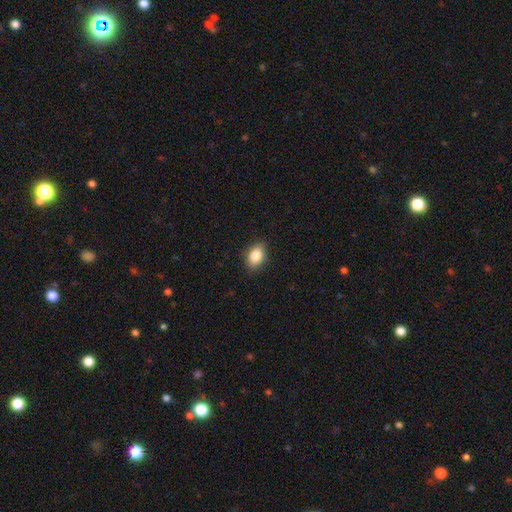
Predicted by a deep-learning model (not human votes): smooth_or_featured: smooth (p=0.83) [alt: star or artifact p=0.09]
how_rounded: in between (p=0.80) [alt: round p=0.19]
merging: none (p=0.86) [alt: minor disturbance p=0.11]